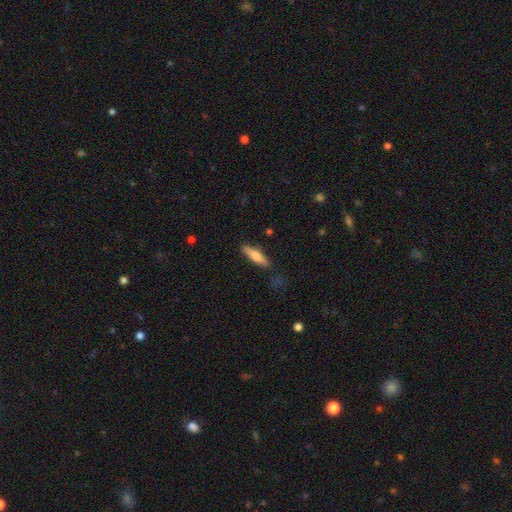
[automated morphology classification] Smooth or featured?
  - smooth: 67% *
  - featured or disk: 27%
  - star or artifact: 6%
How rounded?
  - cigar-shaped: 72% *
  - in between: 26%
  - round: 2%
Merging?
  - none: 83% *
  - minor disturbance: 12%
  - major disturbance: 3%
  - merger: 2%